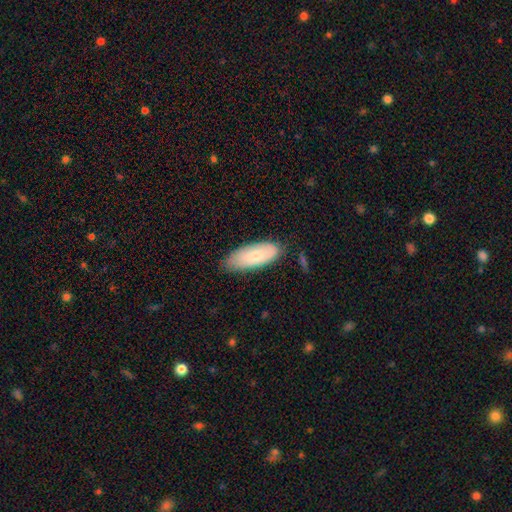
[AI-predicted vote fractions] smooth 73%, featured or disk 21%, star or artifact 6%. Down the decision tree: how rounded — in between (79%); merging — none (73%).